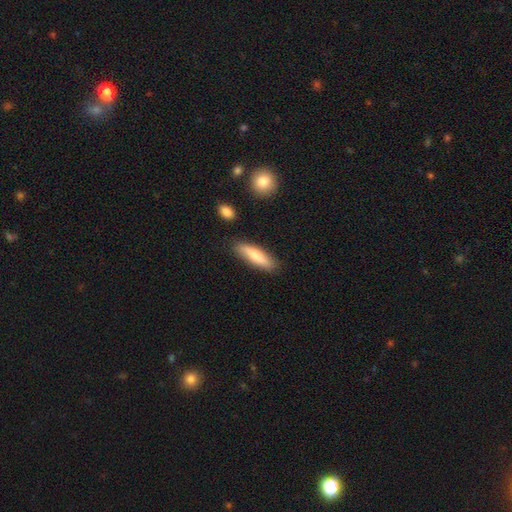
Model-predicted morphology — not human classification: smooth_or_featured: smooth (p=0.72) [alt: featured or disk p=0.22]
how_rounded: cigar-shaped (p=0.67) [alt: in between p=0.31]
merging: none (p=0.83) [alt: minor disturbance p=0.12]